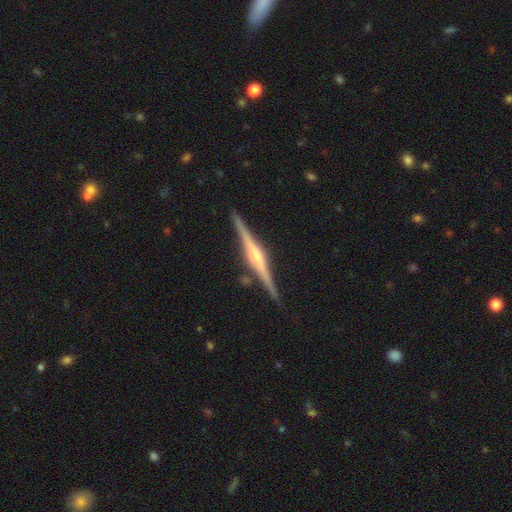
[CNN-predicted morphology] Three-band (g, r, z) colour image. It shows a featured or disk galaxy (87%) viewed edge-on (99%) with a rounded central bulge (72%). Merging: none (90%).